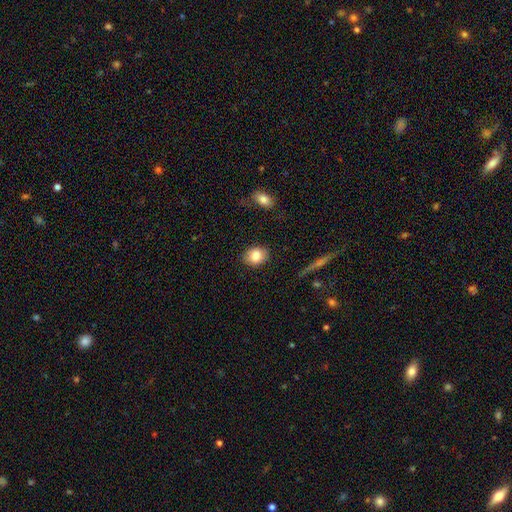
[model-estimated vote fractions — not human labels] Overall: smooth (84%). How rounded: round (51%; in between 47%). Merging: none (86%).